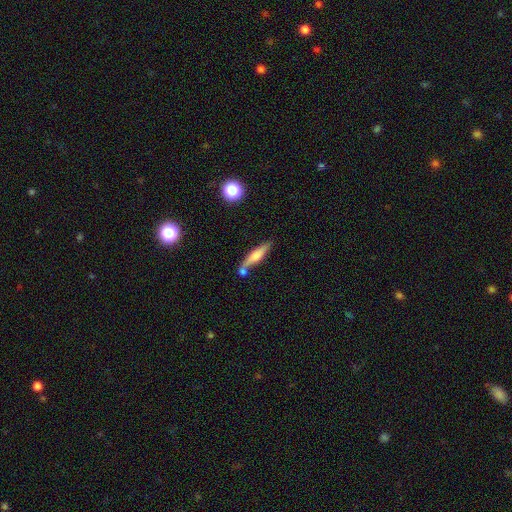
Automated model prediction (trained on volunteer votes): A smooth galaxy with no disk features (54%) that is cigar-shaped (80%).

Vote fractions:
- Smooth or featured? smooth: 54% / featured or disk: 38% / star or artifact: 7%
- How rounded? cigar-shaped: 80% / in between: 18% / round: 2%
- Merging? none: 56% / merger: 24% / minor disturbance: 15% / major disturbance: 5%